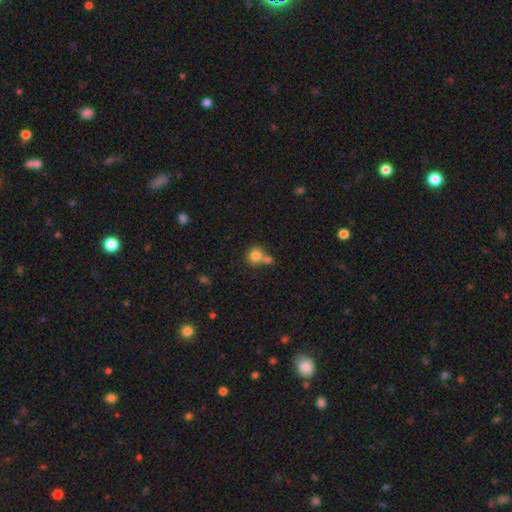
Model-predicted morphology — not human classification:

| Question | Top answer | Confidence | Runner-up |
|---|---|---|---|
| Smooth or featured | smooth | 80% | star or artifact (11%) |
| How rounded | round | 82% | in between (17%) |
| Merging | none | 46% | merger (41%) |